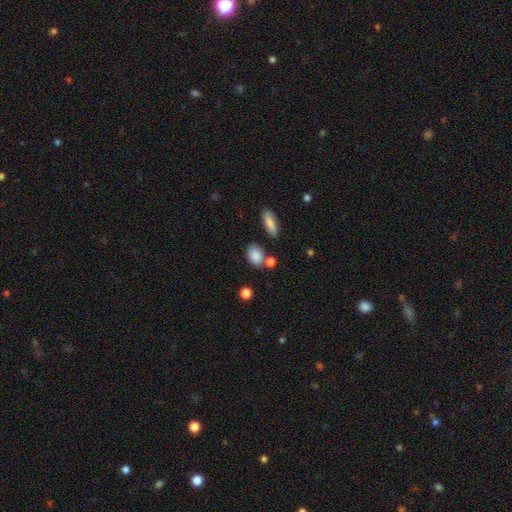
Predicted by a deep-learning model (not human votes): smooth 85%, star or artifact 9%, featured or disk 6%. Down the decision tree: how rounded — in between (68%); merging — none (66%).